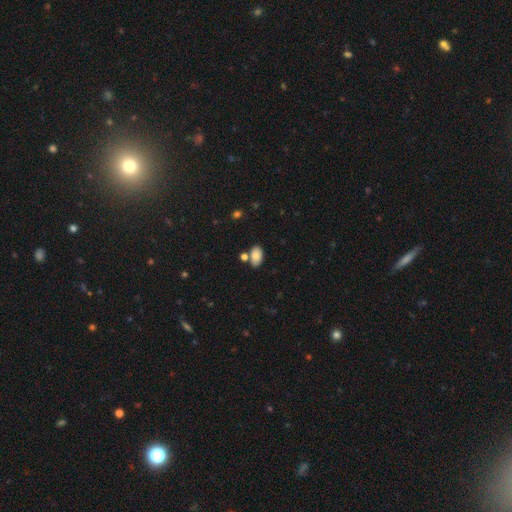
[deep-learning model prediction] This is clearly a smooth galaxy (81%). How rounded: clearly in between (92%). Merging: likely none (66%).